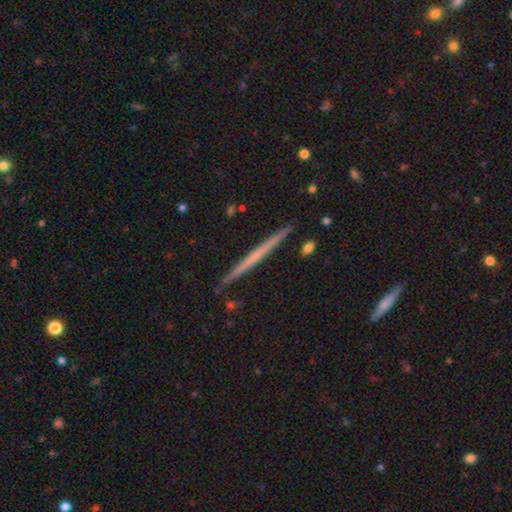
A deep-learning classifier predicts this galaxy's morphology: This appears to be a featured or disk galaxy (59%) viewed edge-on (98%) with no central bulge (87%). Merging: none (92%).